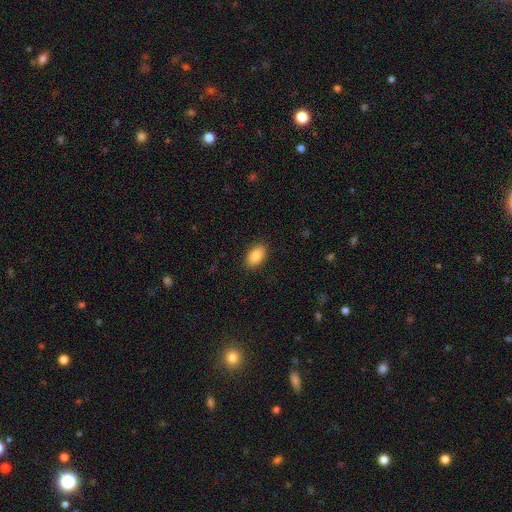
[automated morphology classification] Smooth or featured? Predicted: smooth (p=0.87). How rounded? Predicted: in between (p=0.92). Merging? Predicted: none (p=0.89).